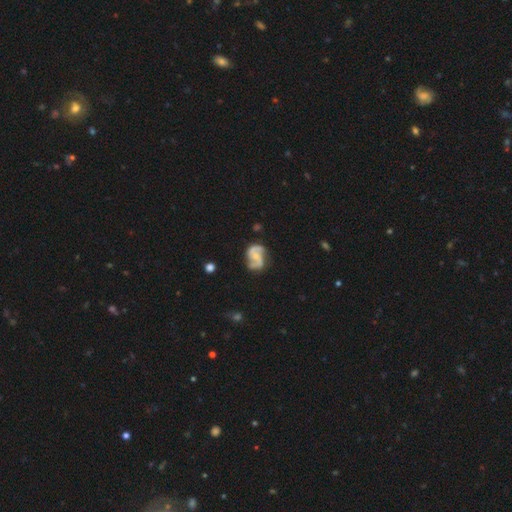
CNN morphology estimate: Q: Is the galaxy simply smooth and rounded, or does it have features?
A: featured or disk — 83%.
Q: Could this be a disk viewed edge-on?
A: no — 98%.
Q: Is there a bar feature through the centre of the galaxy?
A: no — 56%.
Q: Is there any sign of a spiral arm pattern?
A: yes — 95%.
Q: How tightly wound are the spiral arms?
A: medium — 48%.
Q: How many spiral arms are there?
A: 2 — 85%.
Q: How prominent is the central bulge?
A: small — 49%.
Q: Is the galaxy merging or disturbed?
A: none — 65%.